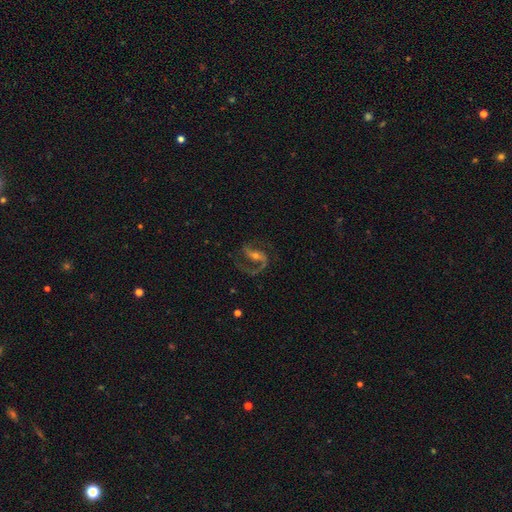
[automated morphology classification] The model was most divided on "bulge size": small: 50%, moderate: 44%, large: 2%, none: 2%, dominant: 1%. Remaining: edge-on disk — no (97%); spiral arms — yes (97%); smooth or featured — featured or disk (90%); spiral arm count — 2 (84%); merging — none (70%); spiral winding — medium (54%); bar — strong (44%).